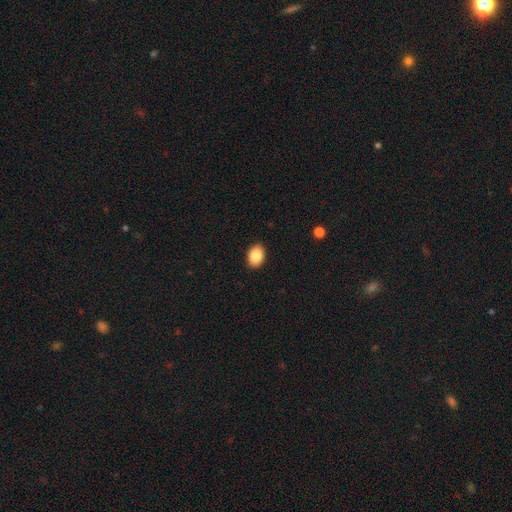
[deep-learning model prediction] smooth 86%, star or artifact 8%, featured or disk 7%. Down the decision tree: how rounded — in between (82%); merging — none (90%).